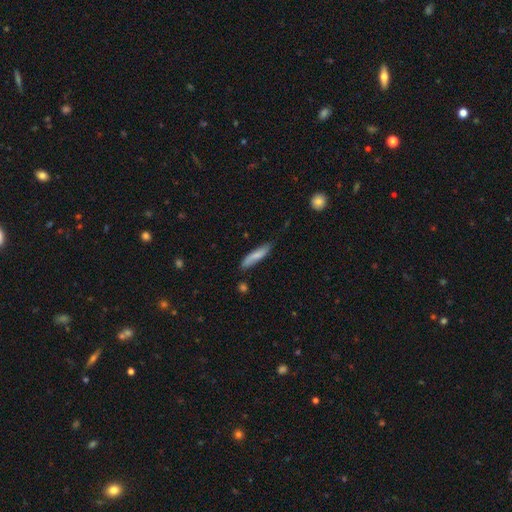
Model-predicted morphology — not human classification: smooth_or_featured: smooth (p=0.75) [alt: featured or disk p=0.19]
how_rounded: cigar-shaped (p=0.75) [alt: in between p=0.24]
merging: none (p=0.72) [alt: minor disturbance p=0.22]